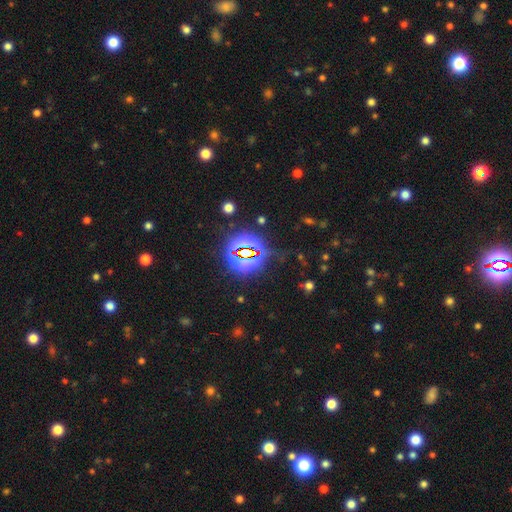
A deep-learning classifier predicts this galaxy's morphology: smooth_or_featured: star or artifact (p=0.82) [alt: smooth p=0.11]